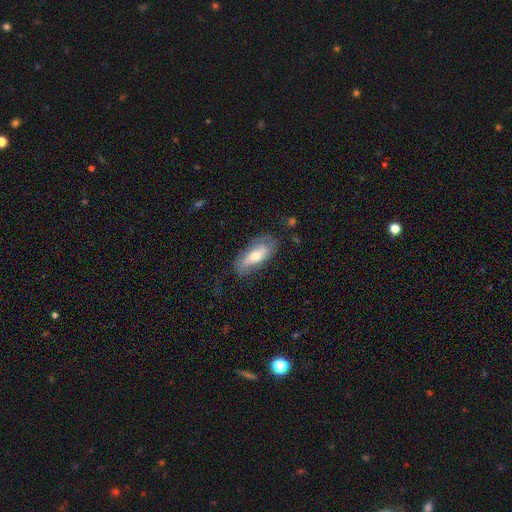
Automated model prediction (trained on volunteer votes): Smooth or featured?
  - featured or disk: 47% *
  - smooth: 46%
  - star or artifact: 7%
Merging?
  - none: 71% *
  - minor disturbance: 20%
  - major disturbance: 7%
  - merger: 2%